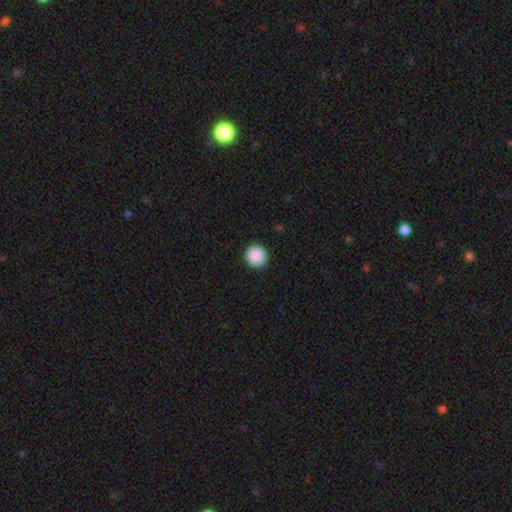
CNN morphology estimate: Q: Smooth or featured?
A: smooth (90%); runner-up: star or artifact (8%)
Q: How rounded?
A: round (96%); runner-up: in between (4%)
Q: Merging?
A: none (93%); runner-up: minor disturbance (5%)